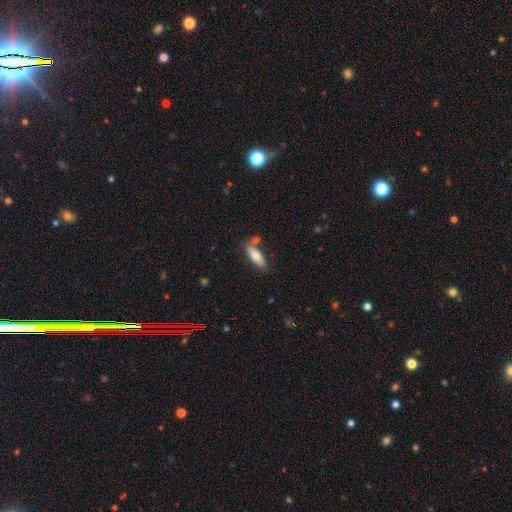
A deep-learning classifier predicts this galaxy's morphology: Smooth or featured? Predicted: smooth (p=0.66). How rounded? Predicted: in between (p=0.62). Merging? Predicted: none (p=0.68).